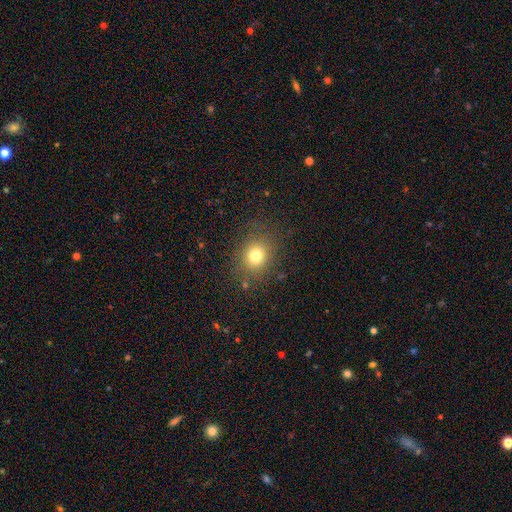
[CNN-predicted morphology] The model was most divided on "how rounded": round: 67%, in between: 32%, cigar-shaped: 1%. More confident: merging — none (82%); smooth or featured — smooth (76%).